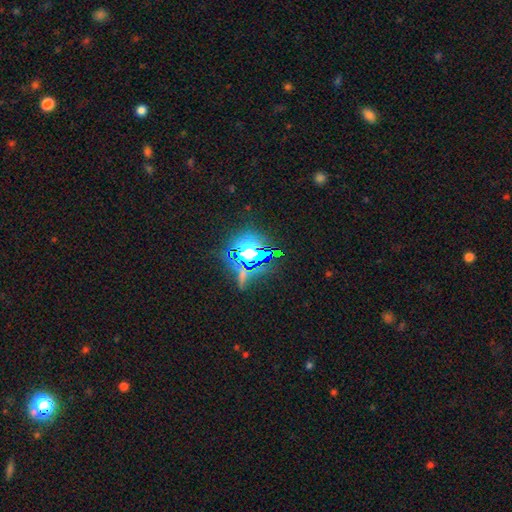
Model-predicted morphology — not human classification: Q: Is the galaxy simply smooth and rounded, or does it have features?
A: star or artifact — 68%.